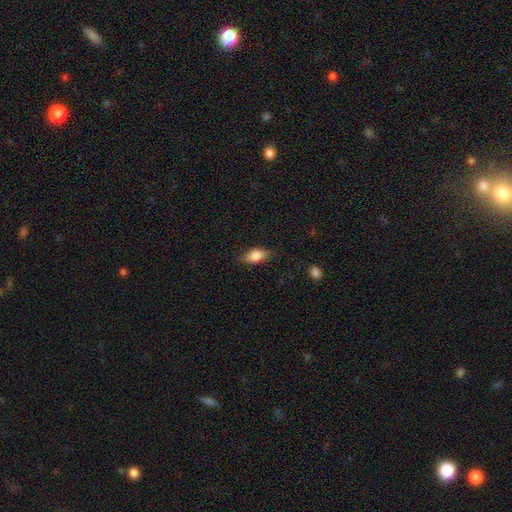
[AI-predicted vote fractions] A smooth galaxy with no disk features (80%) that is in between round and cigar-shaped (84%). Merging: none (80%).